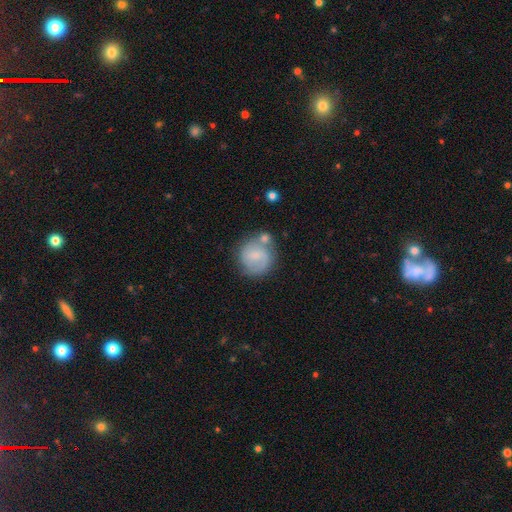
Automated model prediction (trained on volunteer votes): smooth 51%, featured or disk 42%, star or artifact 7%. Down the decision tree: how rounded — round (85%); merging — none (53%).